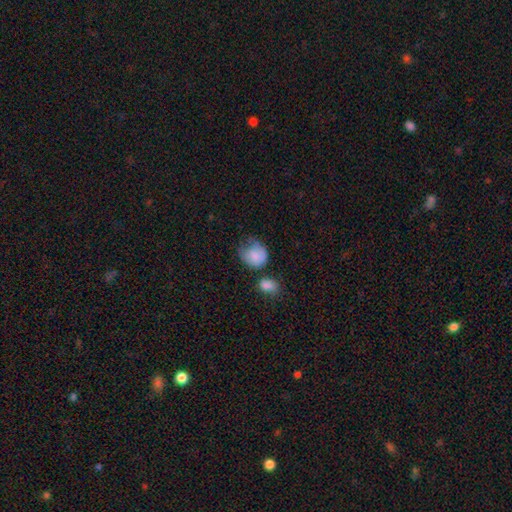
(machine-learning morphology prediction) Smooth or featured?
  - smooth: 79% *
  - featured or disk: 13%
  - star or artifact: 8%
How rounded?
  - round: 61% *
  - in between: 38%
  - cigar-shaped: 1%
Merging?
  - minor disturbance: 35% *
  - none: 32%
  - major disturbance: 22%
  - merger: 10%